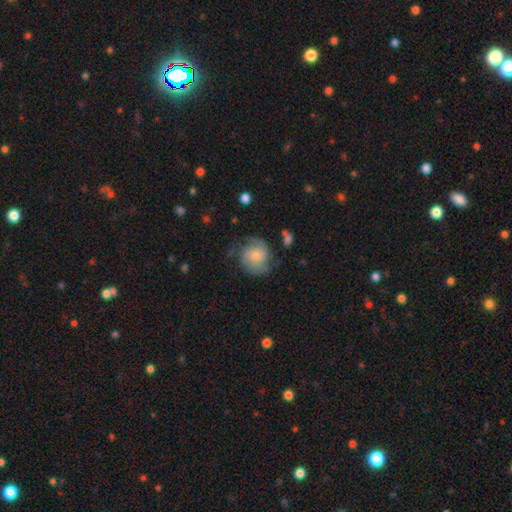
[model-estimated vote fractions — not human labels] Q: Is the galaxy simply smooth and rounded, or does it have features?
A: featured or disk — 56%.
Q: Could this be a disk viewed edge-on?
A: no — 98%.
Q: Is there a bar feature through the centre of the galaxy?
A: no — 72%.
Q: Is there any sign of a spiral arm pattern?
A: yes — 88%.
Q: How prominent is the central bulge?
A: small — 38%.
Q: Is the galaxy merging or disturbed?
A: none — 61%.